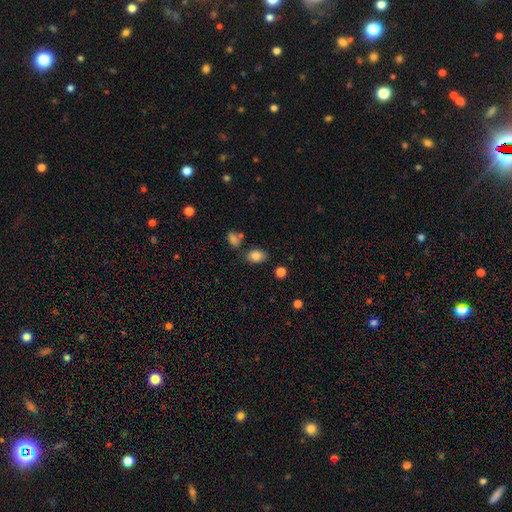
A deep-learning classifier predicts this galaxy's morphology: Q: Smooth or featured?
A: smooth (84%); runner-up: star or artifact (9%)
Q: How rounded?
A: in between (82%); runner-up: round (16%)
Q: Merging?
A: none (78%); runner-up: minor disturbance (13%)